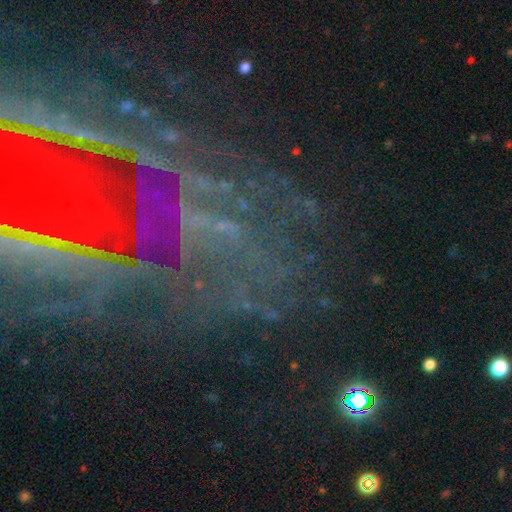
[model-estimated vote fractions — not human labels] This is possibly a featured or disk galaxy (52%). It is clearly not viewed edge-on (91%). Merging: likely none (65%).